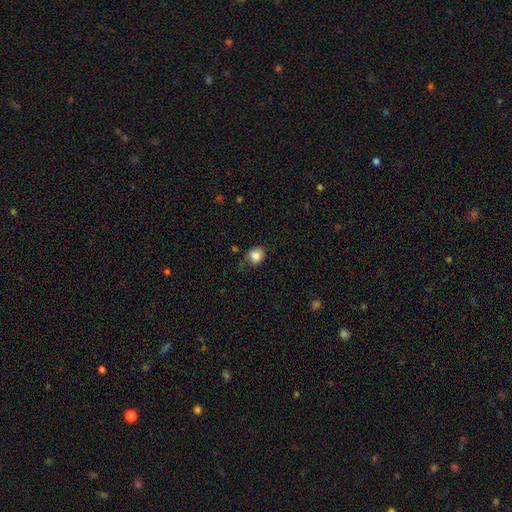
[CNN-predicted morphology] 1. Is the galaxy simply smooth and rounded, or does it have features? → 86% smooth, 9% star or artifact, 5% featured or disk.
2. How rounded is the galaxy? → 67% round, 32% in between, 1% cigar-shaped.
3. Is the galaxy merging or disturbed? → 62% none, 27% minor disturbance, 9% major disturbance, 2% merger.